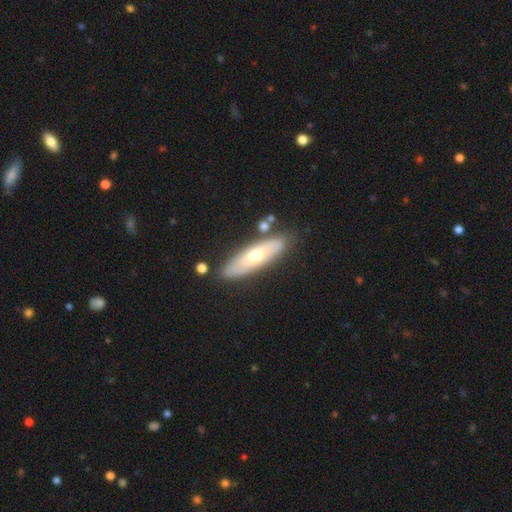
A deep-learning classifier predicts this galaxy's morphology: A smooth galaxy with no disk features (49%).

Vote fractions:
- Smooth or featured? smooth: 49% / featured or disk: 45% / star or artifact: 6%
- Merging? none: 81% / minor disturbance: 12% / merger: 5% / major disturbance: 3%